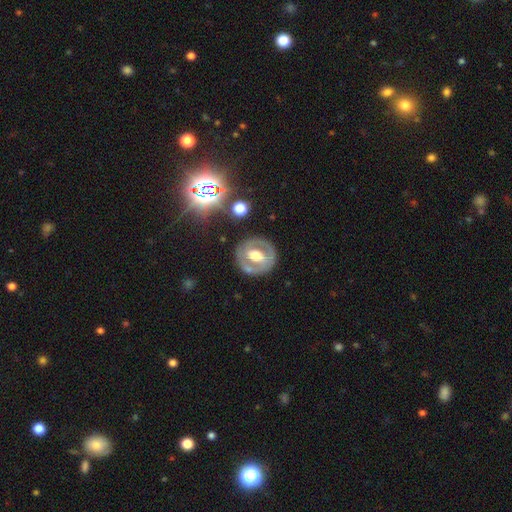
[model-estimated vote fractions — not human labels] Overall: featured or disk (68%). Edge-on disk: no (94%). Bar: strong (39%; weak 35%). Spiral arms: no (66%; yes 34%). Bulge size: moderate (67%). Merging: none (80%).